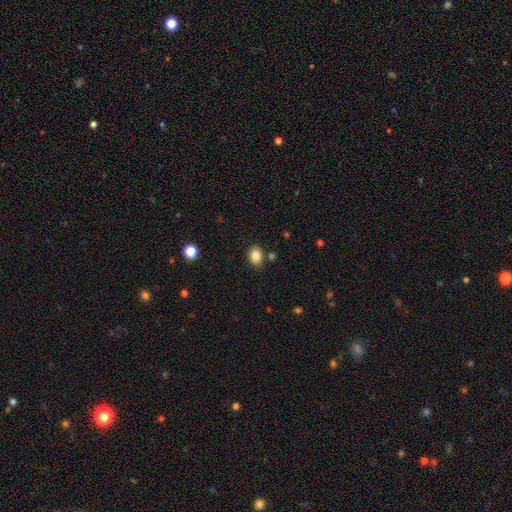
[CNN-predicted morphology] smooth_or_featured: smooth (p=0.85) [alt: star or artifact p=0.09]
how_rounded: in between (p=0.73) [alt: round p=0.26]
merging: none (p=0.82) [alt: minor disturbance p=0.11]